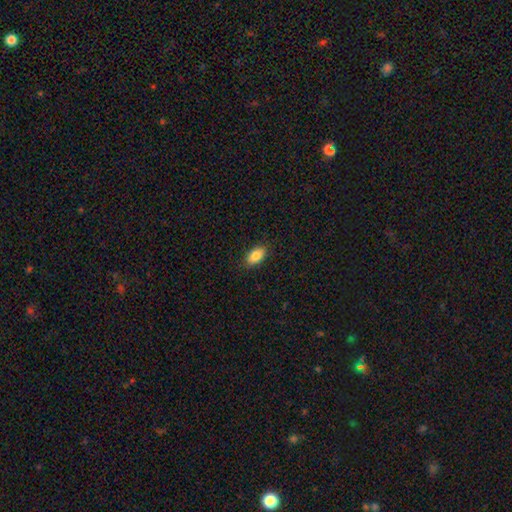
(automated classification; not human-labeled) A smooth galaxy with no disk features (85%) that is in between round and cigar-shaped (92%). Merging: none (88%).